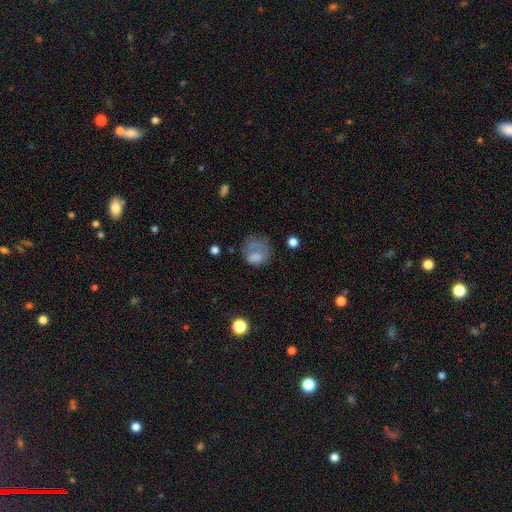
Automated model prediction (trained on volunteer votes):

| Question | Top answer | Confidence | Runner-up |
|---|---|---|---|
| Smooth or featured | smooth | 67% | featured or disk (21%) |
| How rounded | round | 60% | in between (39%) |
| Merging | major disturbance | 37% | none (34%) |